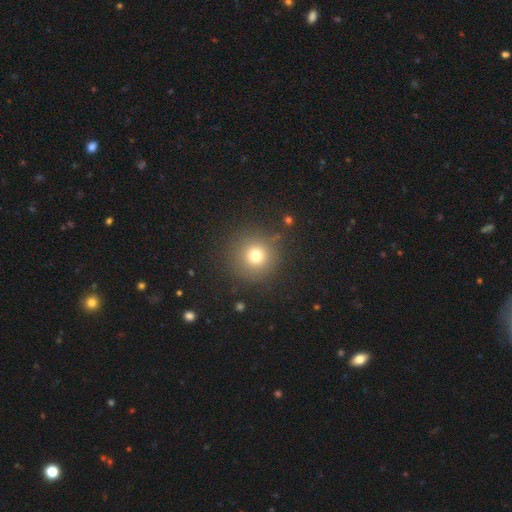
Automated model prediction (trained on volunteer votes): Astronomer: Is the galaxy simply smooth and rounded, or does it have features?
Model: smooth — 73%.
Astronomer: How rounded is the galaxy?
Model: round — 95%.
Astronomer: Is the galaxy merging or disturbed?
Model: none — 87%.